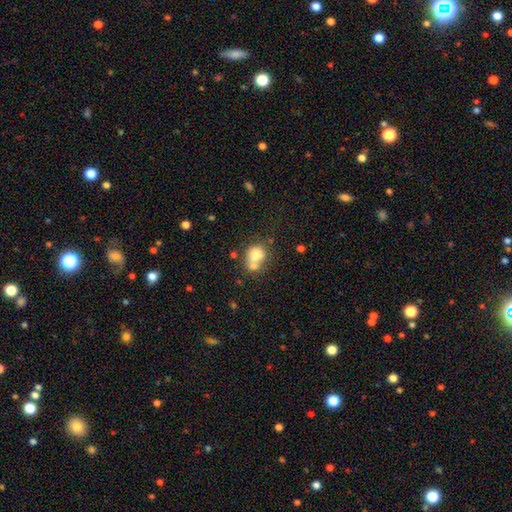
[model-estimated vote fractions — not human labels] A smooth galaxy with no disk features (72%) that is round (56%). Merging: merger (51%).